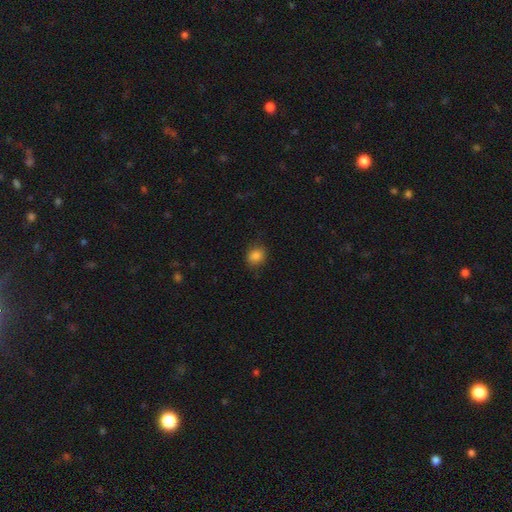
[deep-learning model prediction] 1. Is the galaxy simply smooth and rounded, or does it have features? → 85% smooth, 11% star or artifact, 5% featured or disk.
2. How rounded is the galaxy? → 72% round, 27% in between, 1% cigar-shaped.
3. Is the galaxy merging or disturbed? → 84% none, 12% minor disturbance, 3% major disturbance, 1% merger.